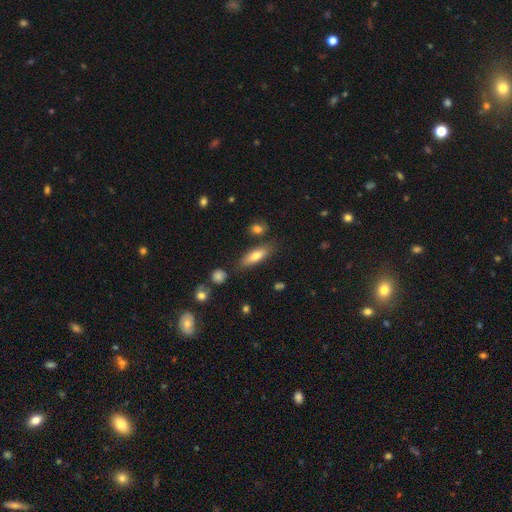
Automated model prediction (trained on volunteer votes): Q: Smooth or featured?
A: smooth (71%); runner-up: featured or disk (22%)
Q: How rounded?
A: in between (52%); runner-up: cigar-shaped (46%)
Q: Merging?
A: none (78%); runner-up: minor disturbance (13%)